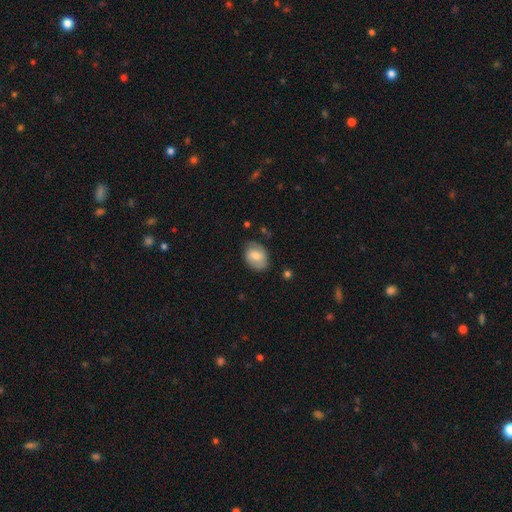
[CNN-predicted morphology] The model was most divided on "smooth or featured": smooth: 64%, featured or disk: 29%, star or artifact: 7%. More confident: merging — none (72%); how rounded — in between (68%).